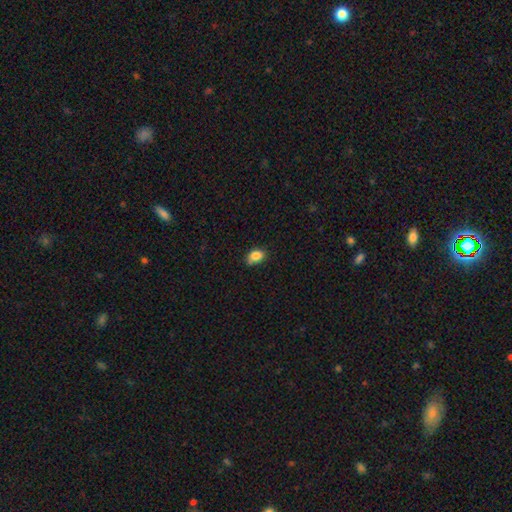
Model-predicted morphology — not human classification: Smooth or featured? smooth (85%)
How rounded? in between (70%)
Merging? none (72%)